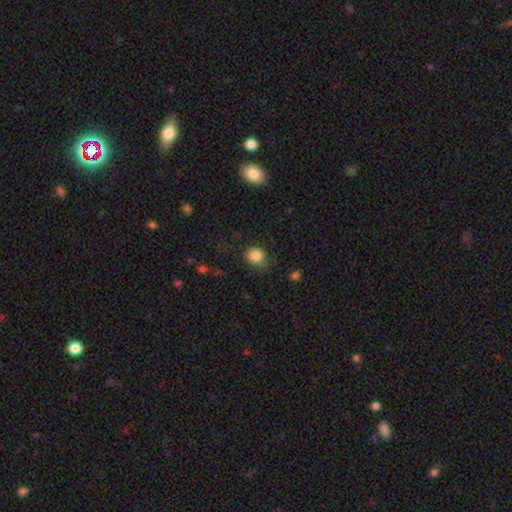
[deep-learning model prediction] Smooth or featured: smooth — 85% (star or artifact — 10%)
How rounded: round — 64% (in between — 35%)
Merging: none — 72% (minor disturbance — 19%)